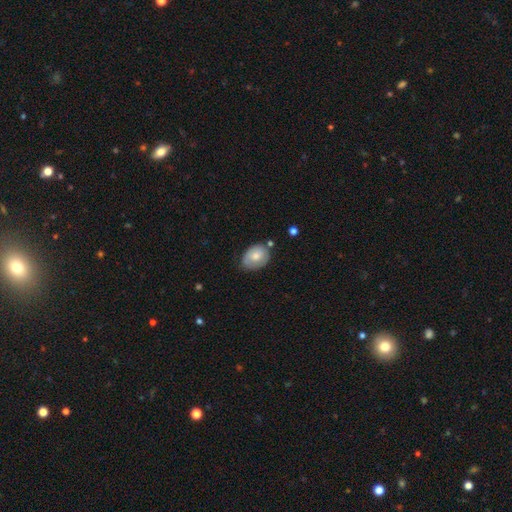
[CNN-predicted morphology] smooth_or_featured: smooth (p=0.68) [alt: featured or disk p=0.25]
how_rounded: in between (p=0.69) [alt: round p=0.30]
merging: none (p=0.58) [alt: minor disturbance p=0.30]